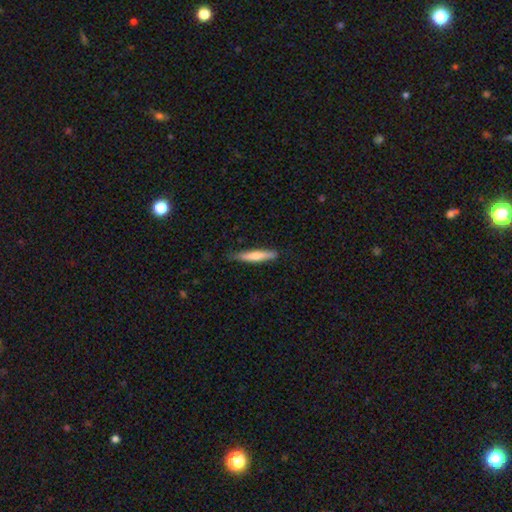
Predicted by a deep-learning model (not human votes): smooth 63%, featured or disk 31%, star or artifact 5%. Down the decision tree: how rounded — cigar-shaped (90%); merging — none (81%).